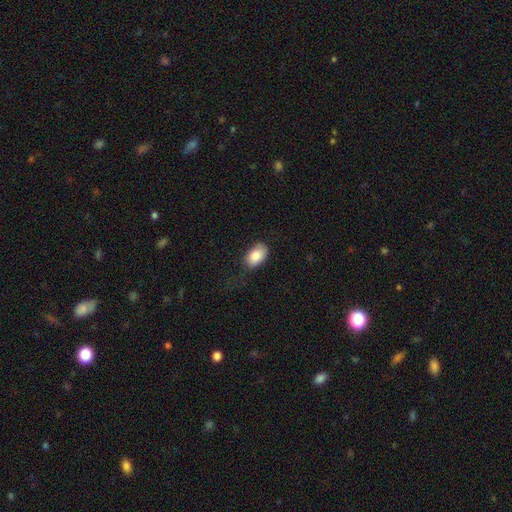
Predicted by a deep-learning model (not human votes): This is clearly a smooth galaxy (85%). How rounded: clearly in between (91%). Merging: likely none (65%).